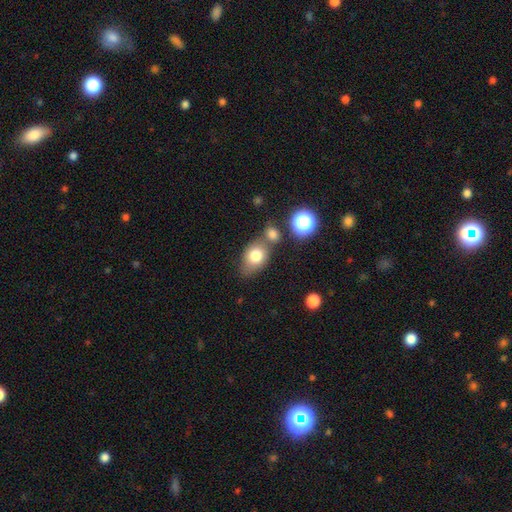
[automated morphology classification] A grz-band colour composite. It shows a smooth galaxy with no disk features (77%) that is in between round and cigar-shaped (67%). Merging: none (53%).